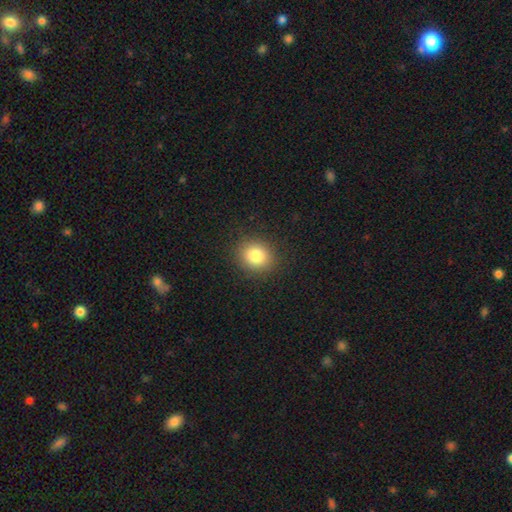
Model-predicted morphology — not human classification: This appears to be a smooth galaxy with no disk features (83%) that is round (70%). Merging: none (89%).